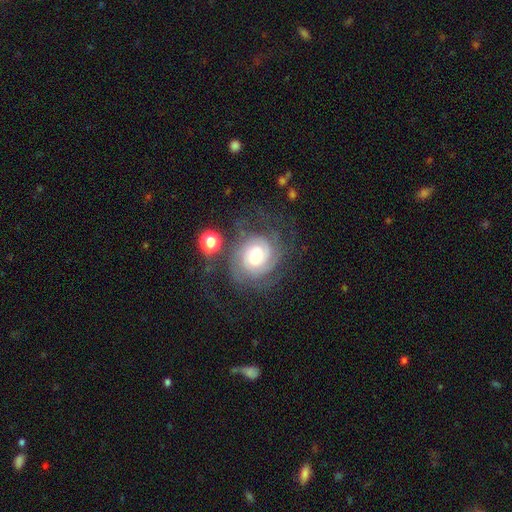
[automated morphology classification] smooth-or-featured: featured or disk: 78% | smooth: 13% | star or artifact: 8%
  disk-edge-on: no: 97% | yes: 3%
    bar: no: 62% | weak: 31% | strong: 7%
    has-spiral-arms: yes: 94% | no: 6%
      spiral-winding: tight: 69% | medium: 24% | loose: 7%
      spiral-arm-count: can't tell: 37% | 2: 25% | 3: 19% | 4: 8% | 1: 6% | more than 4: 5%
    bulge-size: moderate: 53% | large: 22% | small: 20% | dominant: 3% | none: 2%
  merging: none: 64% | minor disturbance: 17% | major disturbance: 16% | merger: 4%